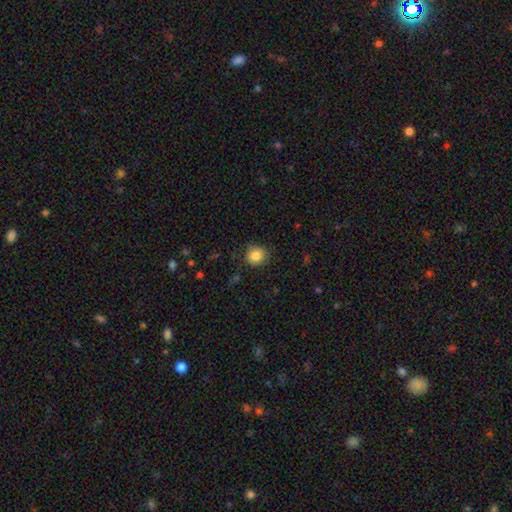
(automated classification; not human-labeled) Smooth or featured? Predicted: smooth (p=0.84). How rounded? Predicted: round (p=0.88). Merging? Predicted: none (p=0.85).